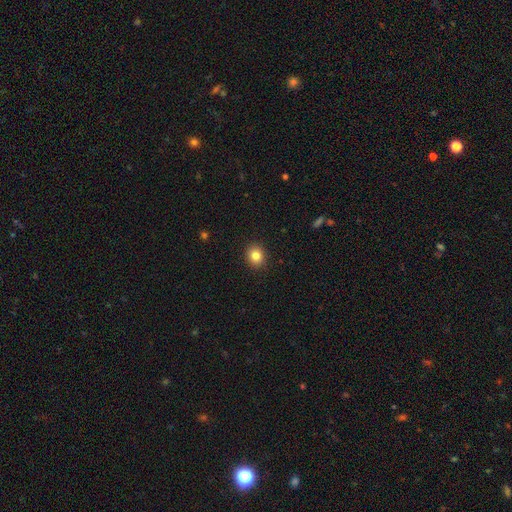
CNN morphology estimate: Smooth or featured? Predicted: smooth (p=0.84). How rounded? Predicted: round (p=0.73). Merging? Predicted: none (p=0.91).